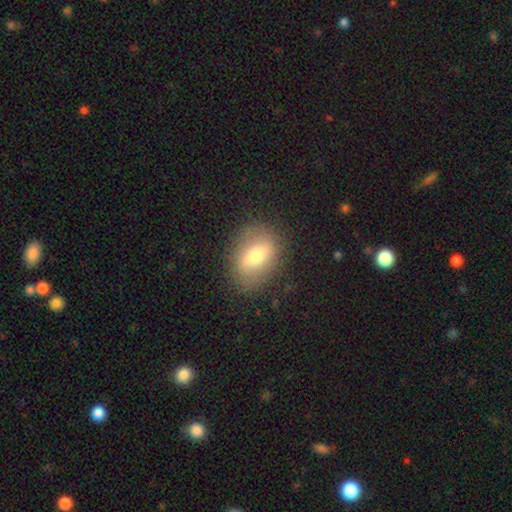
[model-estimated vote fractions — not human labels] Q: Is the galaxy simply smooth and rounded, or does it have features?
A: smooth — 61%.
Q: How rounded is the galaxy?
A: in between — 70%.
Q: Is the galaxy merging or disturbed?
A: none — 81%.